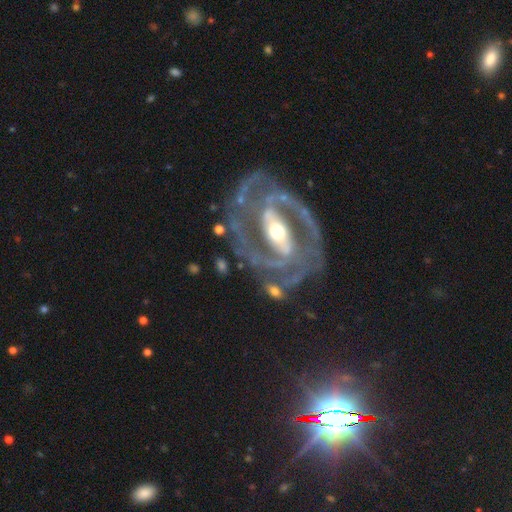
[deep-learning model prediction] Smooth or featured? featured or disk (90%)
Edge-on disk? no (95%)
Bar? strong (65%)
Spiral arms? yes (97%)
Spiral winding? tight (57%)
Spiral arm count? 2 (71%)
Bulge size? moderate (51%)
Merging? none (73%)